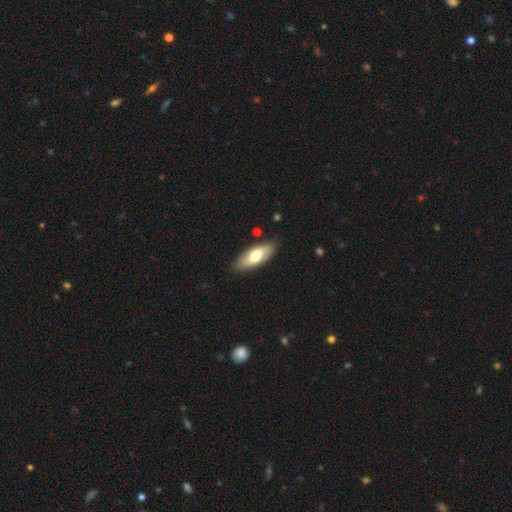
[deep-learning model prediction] smooth 63%, featured or disk 32%, star or artifact 6%. Down the decision tree: how rounded — in between (78%); merging — none (83%).